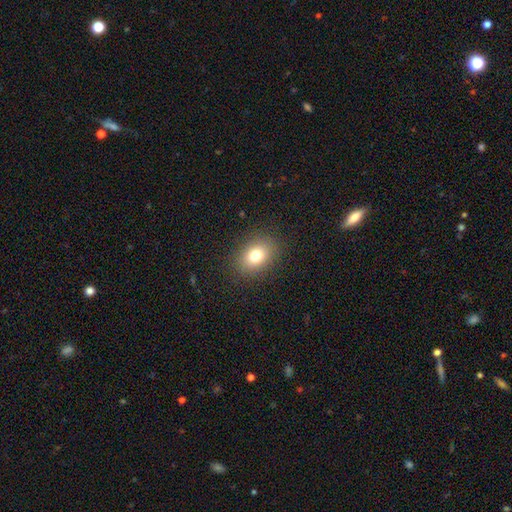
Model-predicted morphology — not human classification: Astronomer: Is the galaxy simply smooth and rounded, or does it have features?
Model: smooth — 78%.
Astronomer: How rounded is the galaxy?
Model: in between — 68%.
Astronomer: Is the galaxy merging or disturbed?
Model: none — 88%.